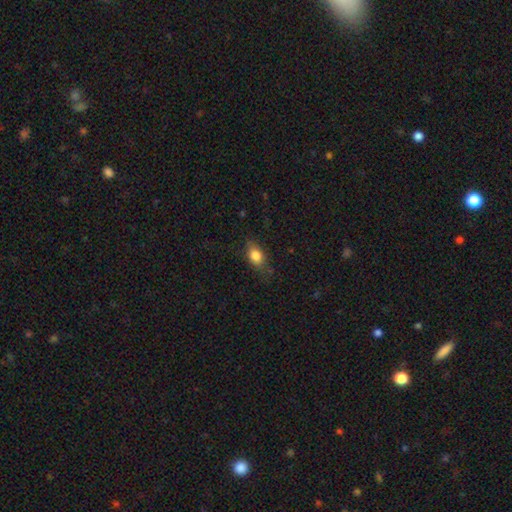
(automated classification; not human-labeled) Smooth or featured?
  - smooth: 82% *
  - featured or disk: 10%
  - star or artifact: 9%
How rounded?
  - in between: 80% *
  - round: 15%
  - cigar-shaped: 5%
Merging?
  - none: 73% *
  - minor disturbance: 20%
  - major disturbance: 5%
  - merger: 1%